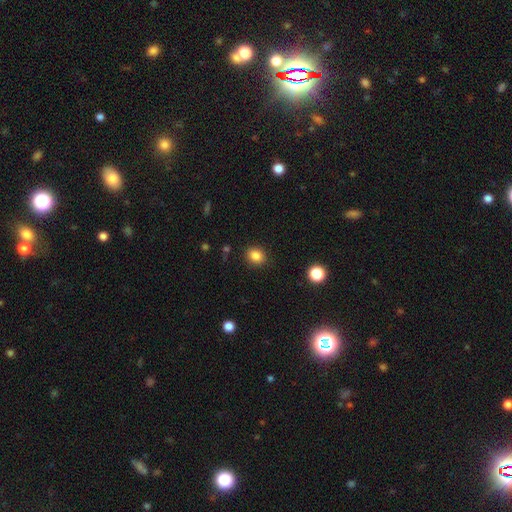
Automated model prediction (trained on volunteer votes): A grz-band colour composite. It shows a smooth galaxy with no disk features (85%) that is round (58%). Merging: none (88%).